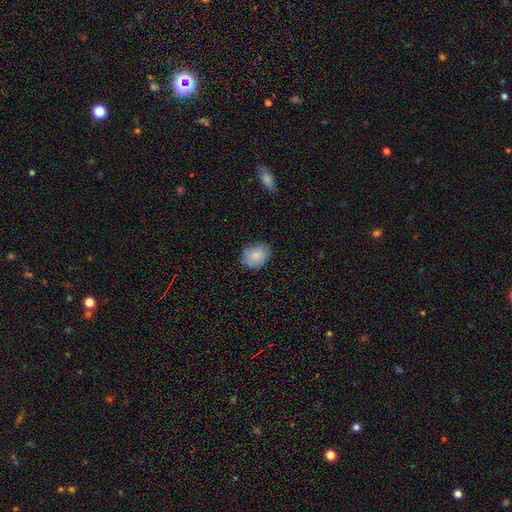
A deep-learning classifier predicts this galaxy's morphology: Smooth or featured? smooth (80%)
How rounded? in between (59%)
Merging? none (76%)